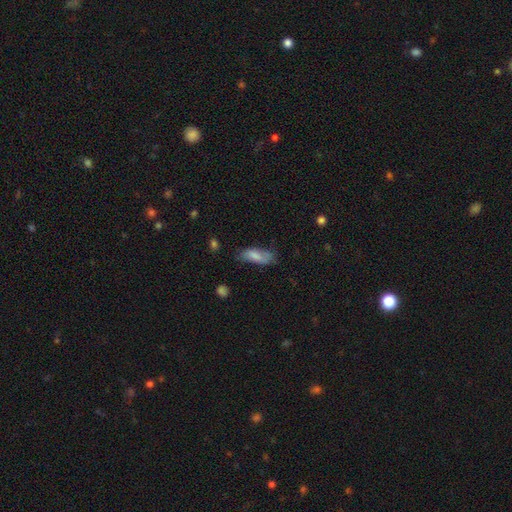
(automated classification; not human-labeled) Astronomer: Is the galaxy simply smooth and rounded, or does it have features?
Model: smooth — 76%.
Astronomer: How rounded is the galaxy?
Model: in between — 73%.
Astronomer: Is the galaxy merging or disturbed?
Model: none — 56%.